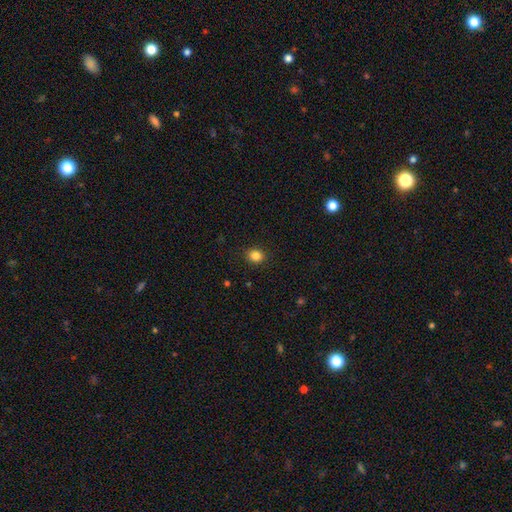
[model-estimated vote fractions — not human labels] Smooth or featured? smooth (85%)
How rounded? round (72%)
Merging? none (90%)